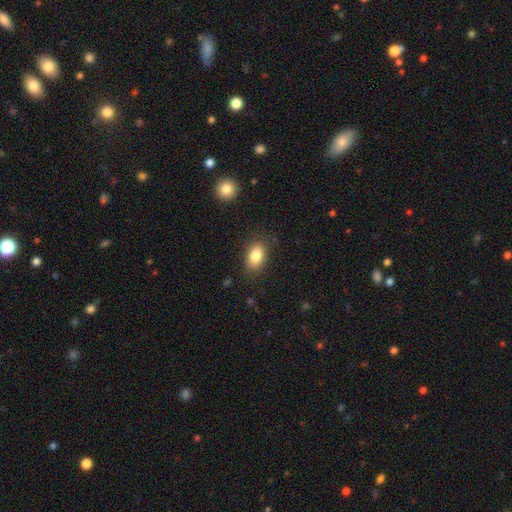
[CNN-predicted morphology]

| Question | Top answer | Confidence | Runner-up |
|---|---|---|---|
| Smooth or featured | smooth | 84% | star or artifact (8%) |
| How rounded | in between | 87% | round (11%) |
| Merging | none | 84% | minor disturbance (11%) |